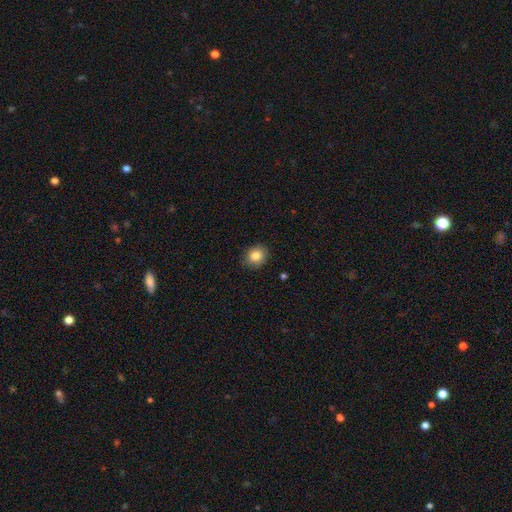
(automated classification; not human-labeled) Smooth or featured? Predicted: smooth (p=0.84). How rounded? Predicted: round (p=0.59). Merging? Predicted: none (p=0.85).